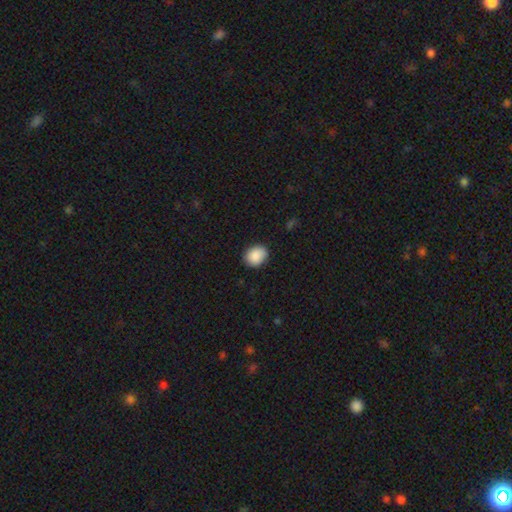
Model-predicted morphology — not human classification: This is clearly a smooth galaxy (89%). How rounded: possibly round (55%). Merging: clearly none (85%).